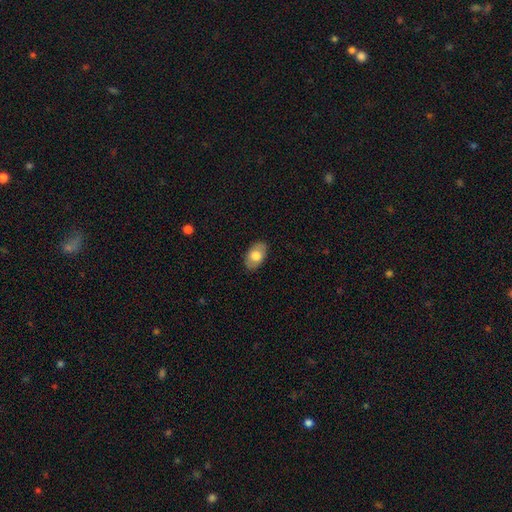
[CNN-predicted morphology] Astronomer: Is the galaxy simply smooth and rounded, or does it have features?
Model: smooth — 71%.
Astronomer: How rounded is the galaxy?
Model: in between — 91%.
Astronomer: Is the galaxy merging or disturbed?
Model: none — 86%.